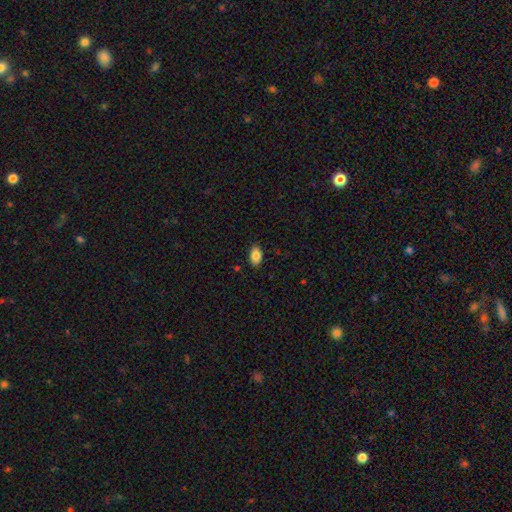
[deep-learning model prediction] The model was most divided on "merging": none: 87%, minor disturbance: 10%, major disturbance: 2%, merger: 1%. More confident: how rounded — in between (92%); smooth or featured — smooth (86%).